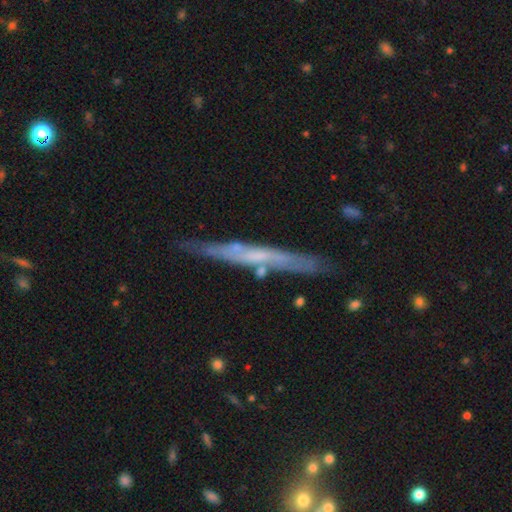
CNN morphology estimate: Smooth or featured?
  - featured or disk: 62% *
  - smooth: 31%
  - star or artifact: 7%
Edge-on disk?
  - yes: 89% *
  - no: 11%
Edge-on bulge?
  - none: 76% *
  - rounded: 17%
  - boxy: 7%
Merging?
  - none: 78% *
  - minor disturbance: 16%
  - merger: 3%
  - major disturbance: 3%